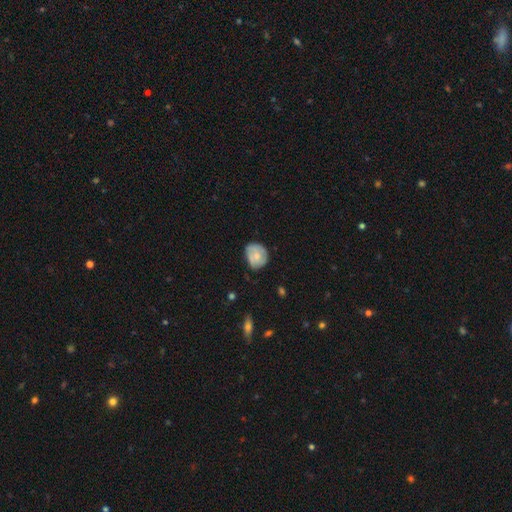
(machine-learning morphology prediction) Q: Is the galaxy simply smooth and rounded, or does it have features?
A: smooth — 64%.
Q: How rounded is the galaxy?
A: round — 66%.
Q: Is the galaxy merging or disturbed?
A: none — 57%.